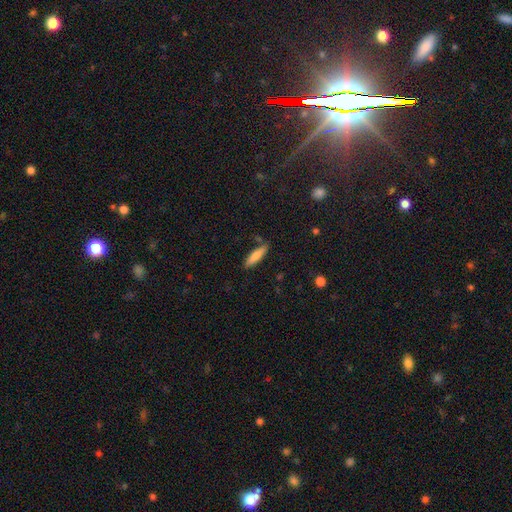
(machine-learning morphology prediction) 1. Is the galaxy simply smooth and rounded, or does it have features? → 78% smooth, 15% featured or disk, 6% star or artifact.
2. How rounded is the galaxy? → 74% cigar-shaped, 24% in between, 2% round.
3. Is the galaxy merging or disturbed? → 82% none, 12% minor disturbance, 4% merger, 2% major disturbance.